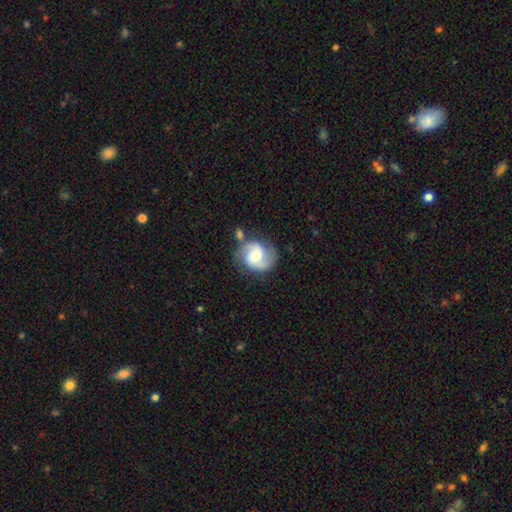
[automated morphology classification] The model was most divided on "bar": no: 50%, weak: 40%, strong: 10%. More confident: edge-on disk — no (98%); spiral arms — yes (92%); spiral arm count — 2 (86%); smooth or featured — featured or disk (66%); merging — none (66%); bulge size — moderate (59%); spiral winding — medium (51%).